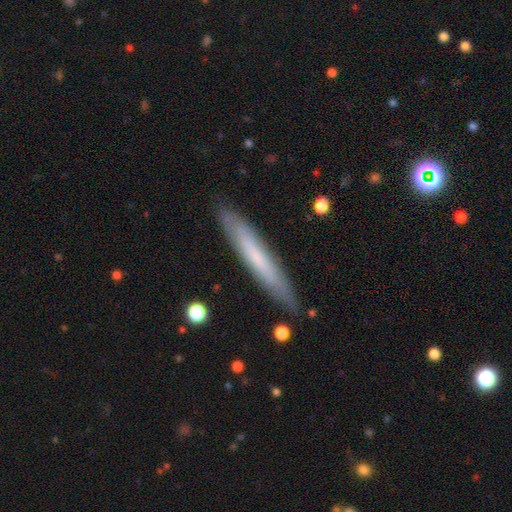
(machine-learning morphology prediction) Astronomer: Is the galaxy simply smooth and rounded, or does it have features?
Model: smooth — 58% (runner-up: featured or disk, 36%).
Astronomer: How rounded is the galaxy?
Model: cigar-shaped — 93%.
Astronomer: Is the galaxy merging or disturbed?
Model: none — 86%.